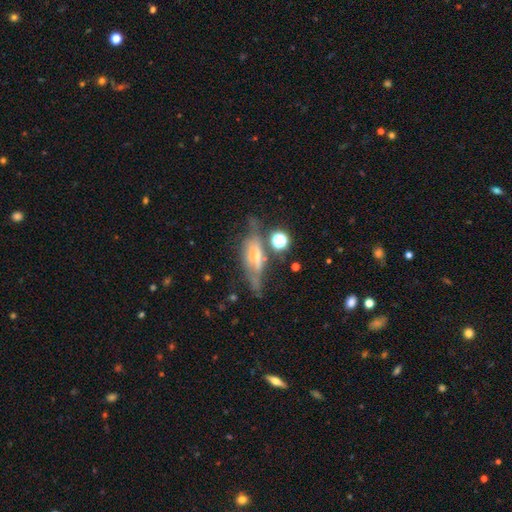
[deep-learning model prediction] Smooth or featured? featured or disk (63%)
Edge-on disk? yes (58%)
Merging? none (52%)